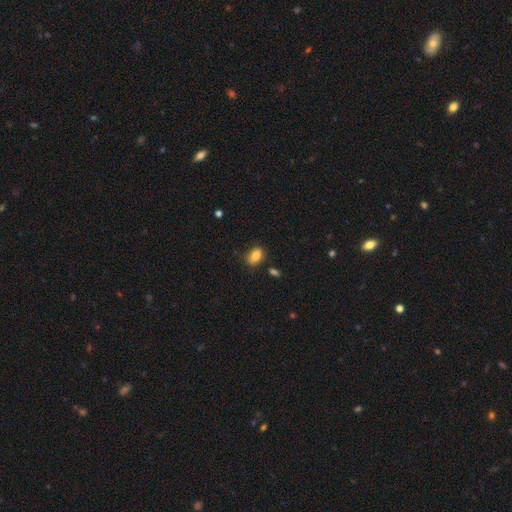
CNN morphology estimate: Smooth or featured?
  - smooth: 83% *
  - star or artifact: 9%
  - featured or disk: 8%
How rounded?
  - in between: 87% *
  - round: 9%
  - cigar-shaped: 4%
Merging?
  - none: 76% *
  - minor disturbance: 16%
  - merger: 4%
  - major disturbance: 4%